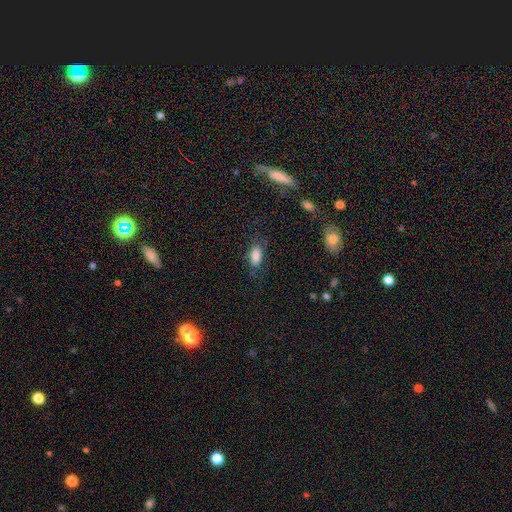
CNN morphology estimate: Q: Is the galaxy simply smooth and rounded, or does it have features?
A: smooth — 82%.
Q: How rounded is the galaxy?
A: in between — 89%.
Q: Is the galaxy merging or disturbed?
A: none — 70%.